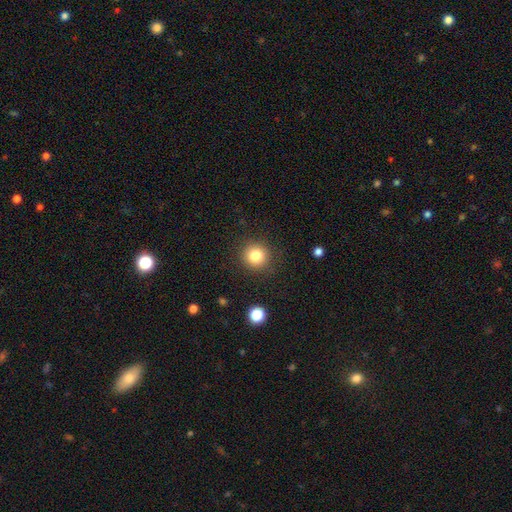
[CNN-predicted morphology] Smooth or featured: smooth — 82% (star or artifact — 11%)
How rounded: round — 93% (in between — 6%)
Merging: none — 89% (minor disturbance — 7%)